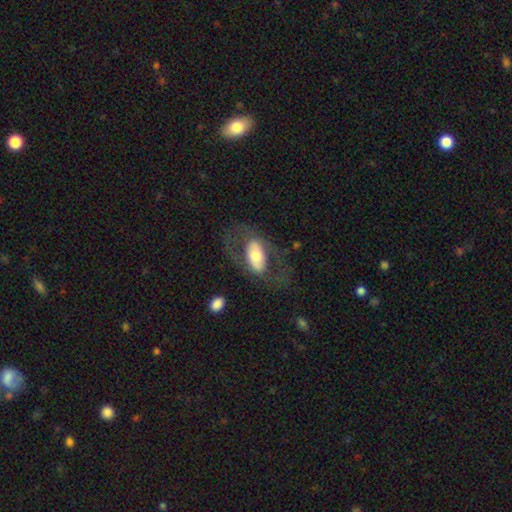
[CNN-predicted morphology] This is possibly a featured or disk galaxy (50%). Merging: likely none (62%).